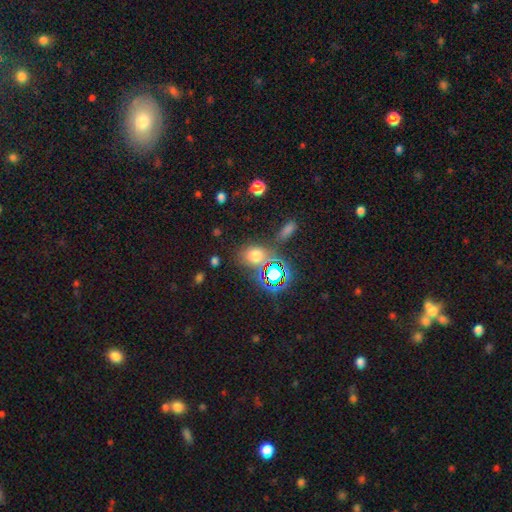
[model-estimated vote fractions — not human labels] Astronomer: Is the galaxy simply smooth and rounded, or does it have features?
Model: smooth — 62%.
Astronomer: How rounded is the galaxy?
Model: in between — 51% (runner-up: round, 47%).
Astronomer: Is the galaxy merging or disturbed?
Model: none — 71%.